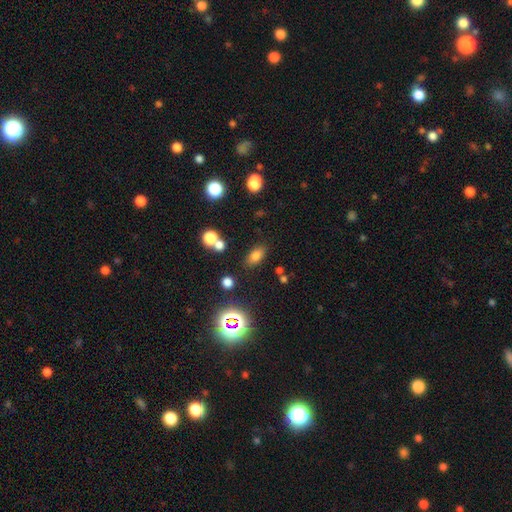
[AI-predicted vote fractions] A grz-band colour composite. It shows a smooth galaxy with no disk features (74%) that is in between round and cigar-shaped (83%). Merging: none (79%).